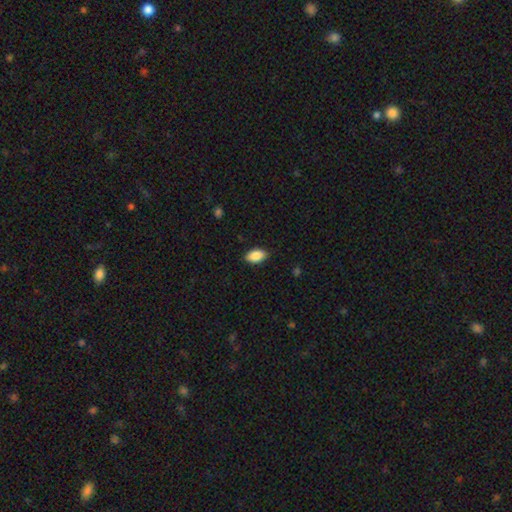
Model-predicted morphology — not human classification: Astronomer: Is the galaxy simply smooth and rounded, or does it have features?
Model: smooth — 89%.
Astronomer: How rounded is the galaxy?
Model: in between — 93%.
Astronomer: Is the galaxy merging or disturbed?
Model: none — 87%.